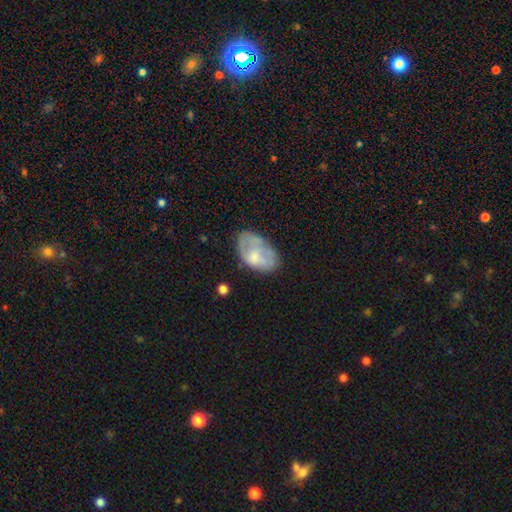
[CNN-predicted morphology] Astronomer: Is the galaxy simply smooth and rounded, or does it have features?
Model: smooth — 53% (runner-up: featured or disk, 40%).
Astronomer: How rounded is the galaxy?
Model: in between — 92%.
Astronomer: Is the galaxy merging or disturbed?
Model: none — 52% (runner-up: minor disturbance, 29%).